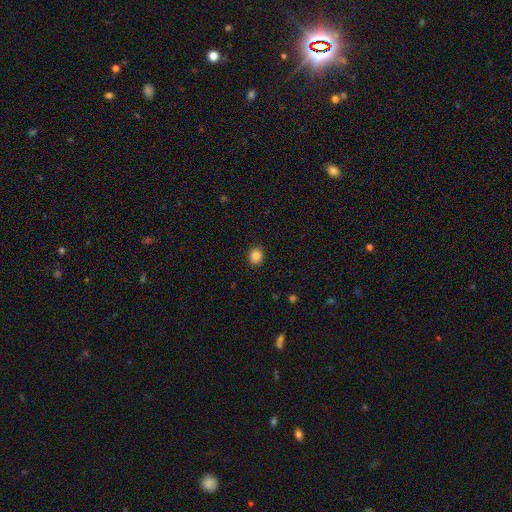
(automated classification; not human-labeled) Q: Smooth or featured?
A: smooth (86%); runner-up: star or artifact (11%)
Q: How rounded?
A: round (73%); runner-up: in between (26%)
Q: Merging?
A: none (91%); runner-up: minor disturbance (6%)